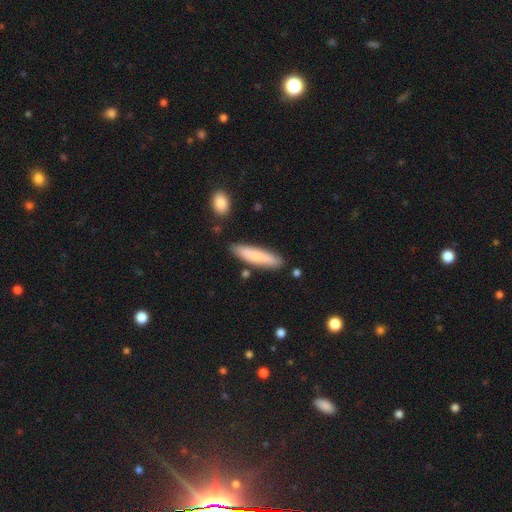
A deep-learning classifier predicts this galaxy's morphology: A smooth galaxy with no disk features (75%) that is cigar-shaped (82%). Merging: none (83%).